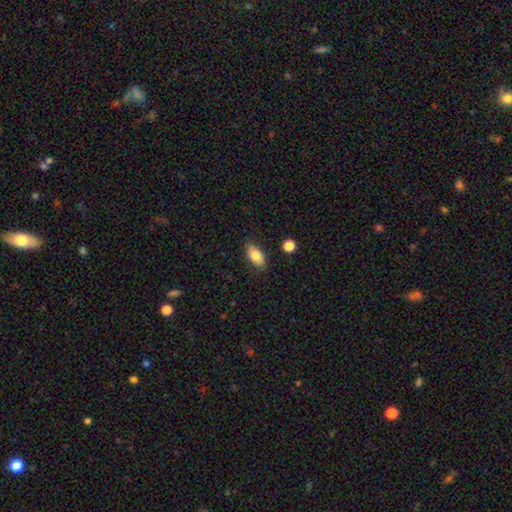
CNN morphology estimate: Smooth or featured: smooth — 81% (featured or disk — 11%)
How rounded: in between — 87% (cigar-shaped — 9%)
Merging: none — 84% (minor disturbance — 12%)